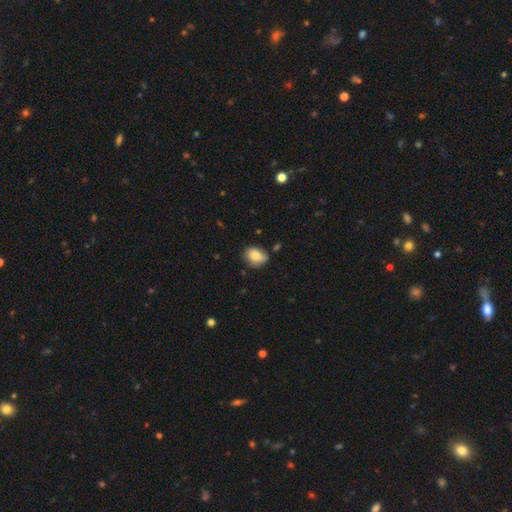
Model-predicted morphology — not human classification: Smooth or featured: smooth — 75% (featured or disk — 16%)
How rounded: in between — 58% (round — 41%)
Merging: none — 63% (minor disturbance — 28%)